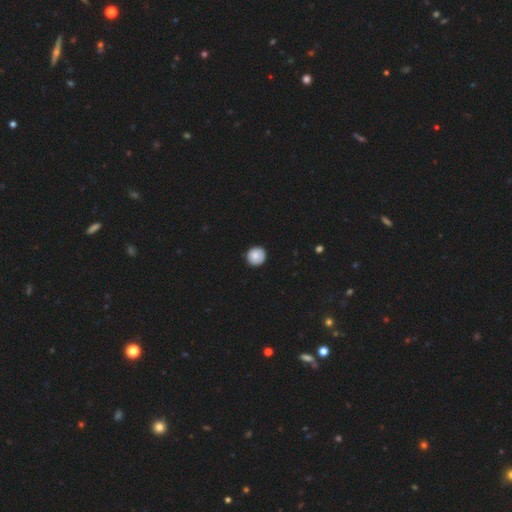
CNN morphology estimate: smooth 81%, featured or disk 11%, star or artifact 7%. Down the decision tree: how rounded — round (93%); merging — none (88%).